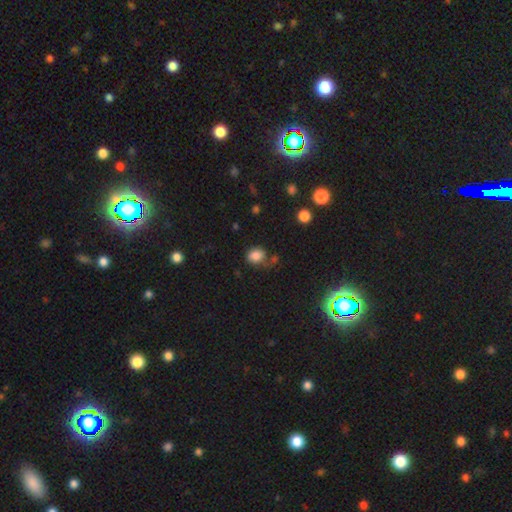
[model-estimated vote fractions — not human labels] Smooth or featured: smooth — 83% (star or artifact — 11%)
How rounded: in between — 53% (round — 46%)
Merging: none — 63% (minor disturbance — 20%)